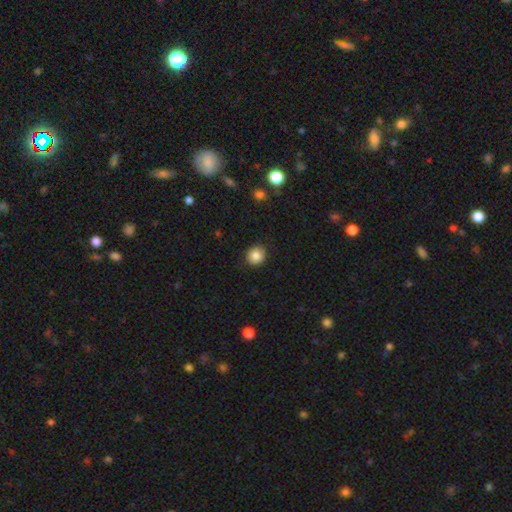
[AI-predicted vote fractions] This is clearly a smooth galaxy (86%). How rounded: clearly round (89%). Merging: clearly none (90%).